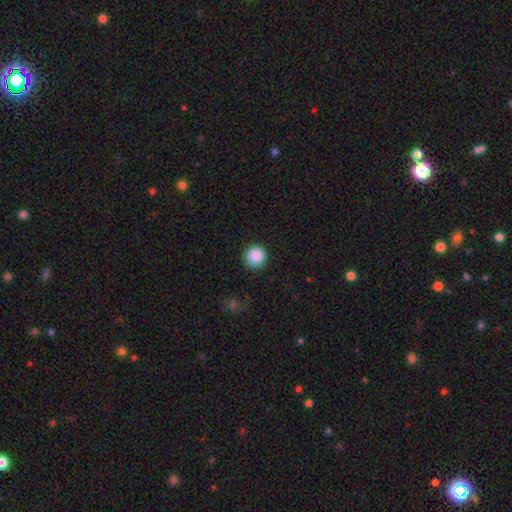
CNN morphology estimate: smooth-or-featured: smooth: 88% | star or artifact: 9% | featured or disk: 3%
  how-rounded: round: 95% | in between: 4% | cigar-shaped: 1%
  merging: none: 91% | minor disturbance: 6% | major disturbance: 2% | merger: 1%